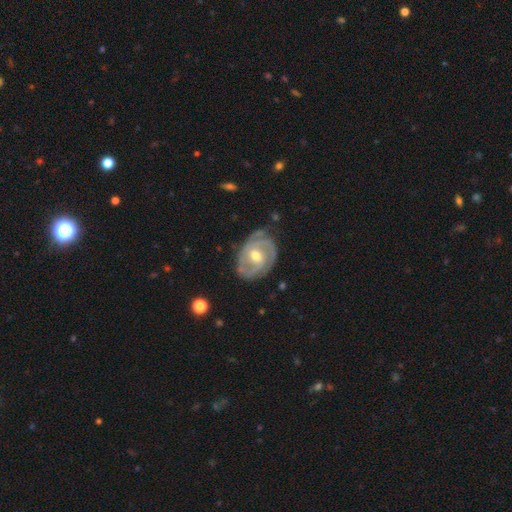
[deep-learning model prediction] Overall: featured or disk (87%). Edge-on disk: no (97%). Bar: no (44%; weak 43%). Spiral arms: yes (95%). Spiral arm count: 2 (43%; 3 28%). Spiral winding: tight (59%; medium 34%). Bulge size: moderate (72%). Merging: none (73%).